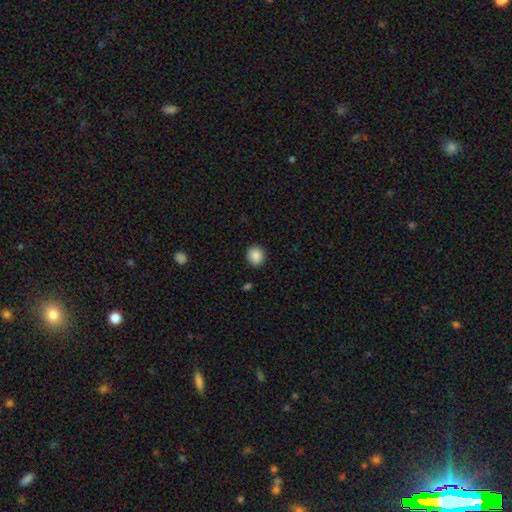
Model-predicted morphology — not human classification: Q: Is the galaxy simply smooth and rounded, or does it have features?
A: smooth — 88%.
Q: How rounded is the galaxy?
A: round — 84%.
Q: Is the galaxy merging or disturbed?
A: none — 91%.